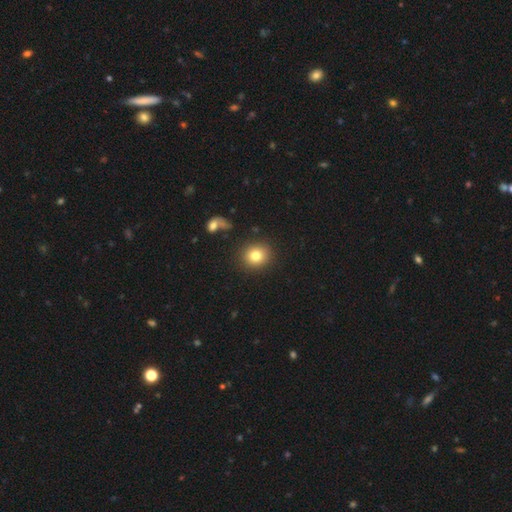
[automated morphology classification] smooth-or-featured: smooth: 81% | star or artifact: 11% | featured or disk: 9%
  how-rounded: round: 81% | in between: 18% | cigar-shaped: 1%
  merging: none: 87% | minor disturbance: 8% | major disturbance: 3% | merger: 3%